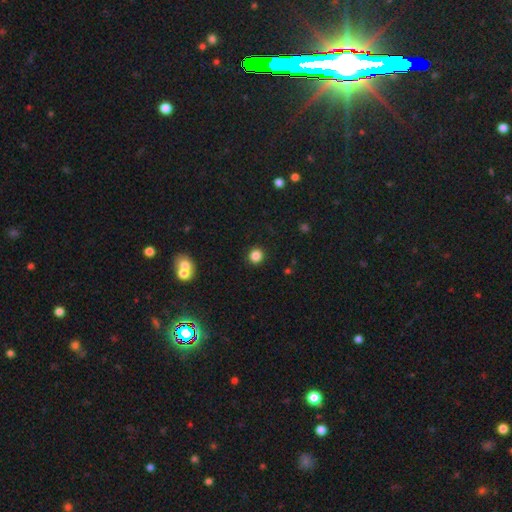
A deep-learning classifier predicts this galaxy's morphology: Smooth or featured? smooth (84%)
How rounded? round (91%)
Merging? none (92%)